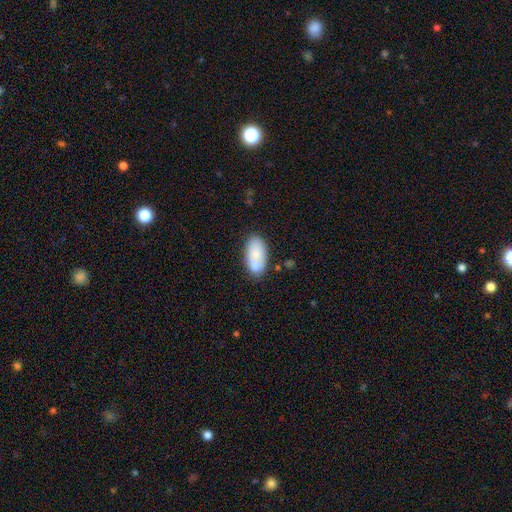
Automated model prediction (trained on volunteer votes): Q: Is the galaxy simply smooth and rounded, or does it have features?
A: smooth — 74%.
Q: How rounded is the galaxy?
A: in between — 93%.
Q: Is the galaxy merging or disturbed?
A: none — 68%.